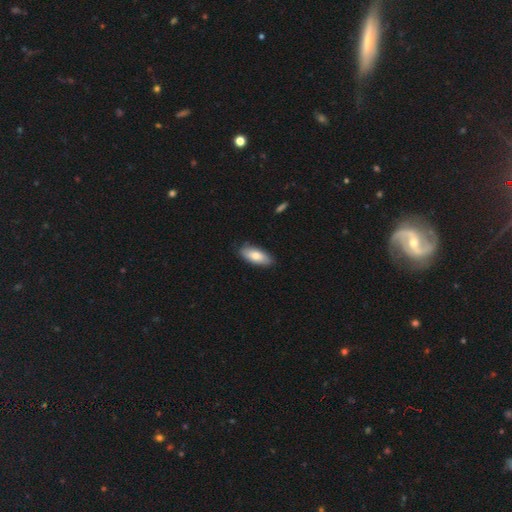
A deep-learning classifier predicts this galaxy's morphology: smooth_or_featured: smooth (p=0.76) [alt: featured or disk p=0.18]
how_rounded: in between (p=0.84) [alt: cigar-shaped p=0.14]
merging: none (p=0.84) [alt: minor disturbance p=0.13]